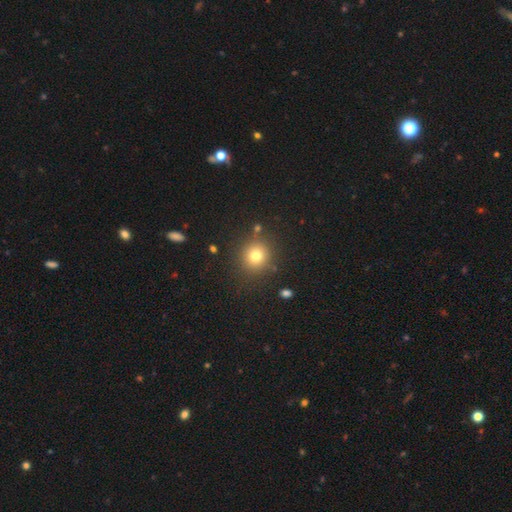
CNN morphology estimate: smooth-or-featured: smooth: 77% | star or artifact: 15% | featured or disk: 8%
  how-rounded: round: 88% | in between: 11% | cigar-shaped: 1%
  merging: none: 86% | minor disturbance: 8% | merger: 3% | major disturbance: 3%